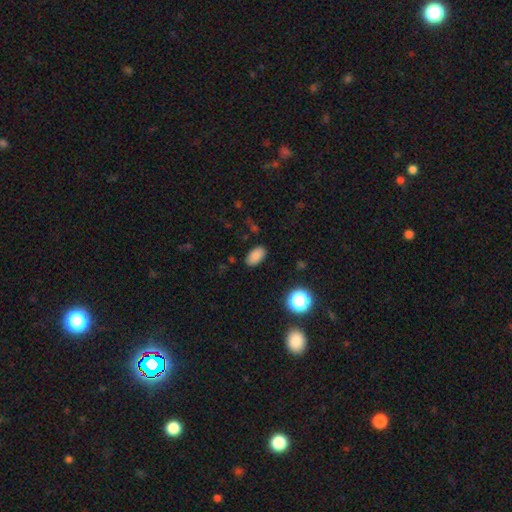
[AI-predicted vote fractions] smooth 85%, star or artifact 11%, featured or disk 4%. Down the decision tree: how rounded — in between (92%); merging — none (86%).